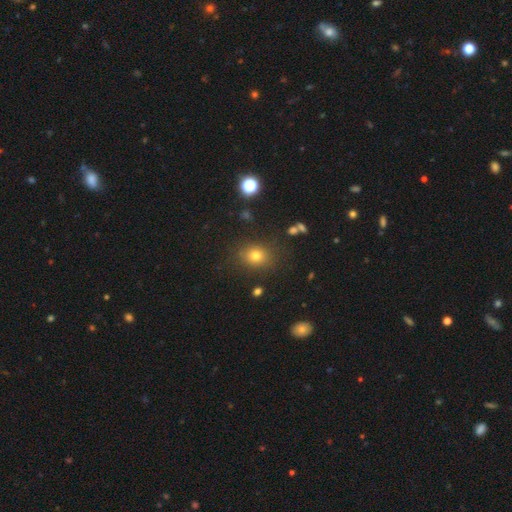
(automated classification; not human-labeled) Smooth or featured? Predicted: smooth (p=0.74). How rounded? Predicted: round (p=0.60). Merging? Predicted: none (p=0.84).